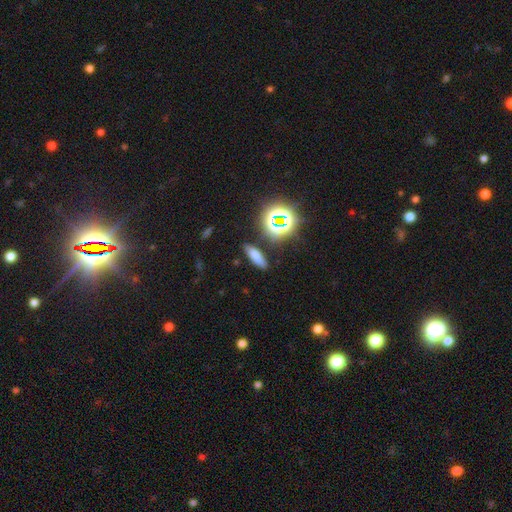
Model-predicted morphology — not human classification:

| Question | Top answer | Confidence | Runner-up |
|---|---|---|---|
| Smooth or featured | smooth | 66% | star or artifact (23%) |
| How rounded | cigar-shaped | 52% | in between (40%) |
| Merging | none | 84% | minor disturbance (10%) |